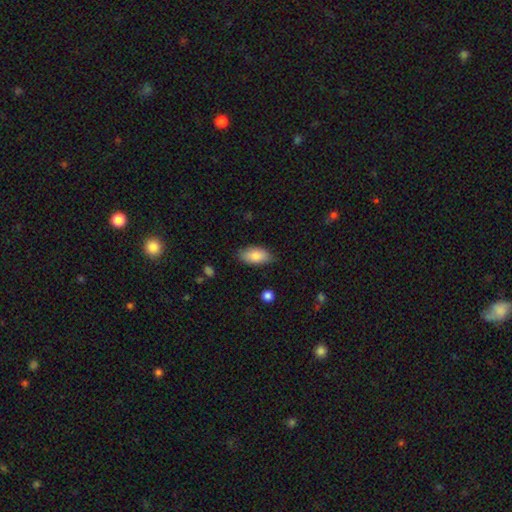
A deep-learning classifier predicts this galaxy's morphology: A smooth galaxy with no disk features (84%) that is in between round and cigar-shaped (93%). Merging: none (80%).